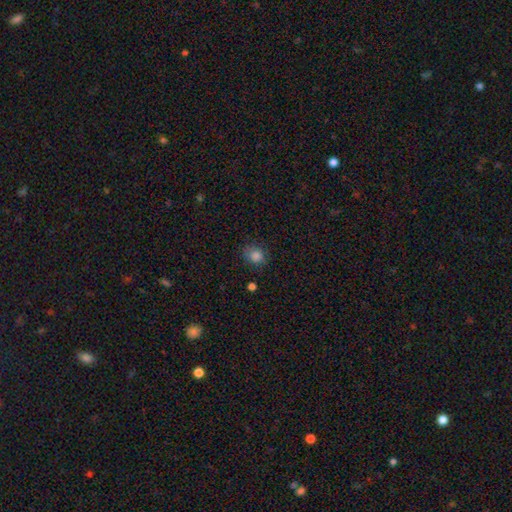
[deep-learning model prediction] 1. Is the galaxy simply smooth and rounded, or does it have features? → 83% smooth, 12% star or artifact, 5% featured or disk.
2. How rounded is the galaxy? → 67% round, 32% in between, 1% cigar-shaped.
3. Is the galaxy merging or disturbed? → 74% none, 19% minor disturbance, 5% major disturbance, 2% merger.